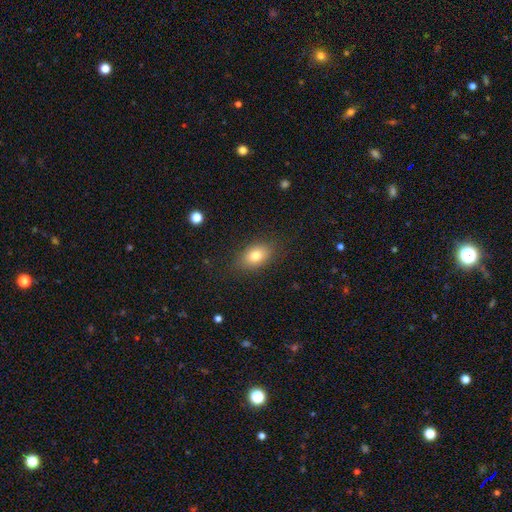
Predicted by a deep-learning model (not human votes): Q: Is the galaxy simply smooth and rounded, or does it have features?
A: smooth — 79%.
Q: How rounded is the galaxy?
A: in between — 81%.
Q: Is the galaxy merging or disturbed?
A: none — 83%.